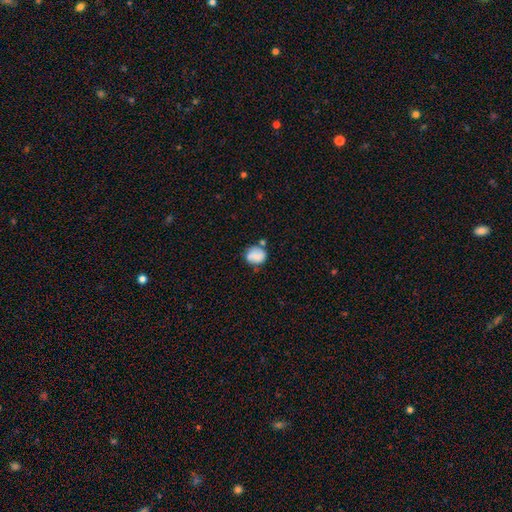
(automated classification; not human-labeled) Smooth or featured? Predicted: smooth (p=0.69). How rounded? Predicted: round (p=0.70). Merging? Predicted: none (p=0.54).